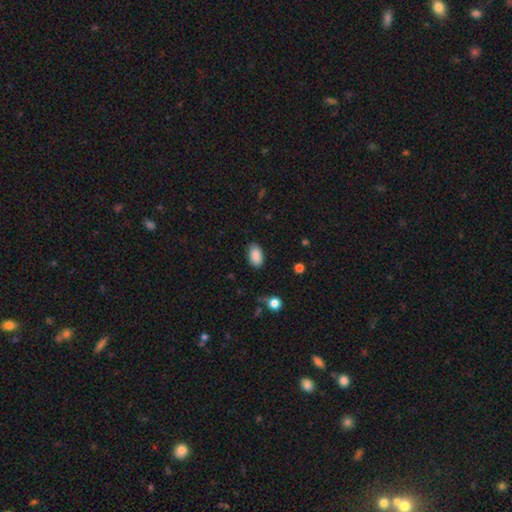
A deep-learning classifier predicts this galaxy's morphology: This appears to be a smooth galaxy with no disk features (89%) that is in between round and cigar-shaped (93%). Merging: none (84%).